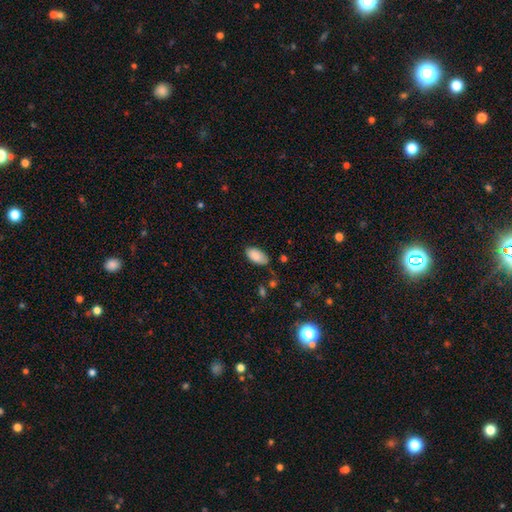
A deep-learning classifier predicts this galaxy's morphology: A smooth galaxy with no disk features (88%) that is in between round and cigar-shaped (95%).

Vote fractions:
- Smooth or featured? smooth: 88% / star or artifact: 7% / featured or disk: 5%
- How rounded? in between: 95% / round: 3% / cigar-shaped: 2%
- Merging? none: 73% / minor disturbance: 21% / major disturbance: 4% / merger: 2%